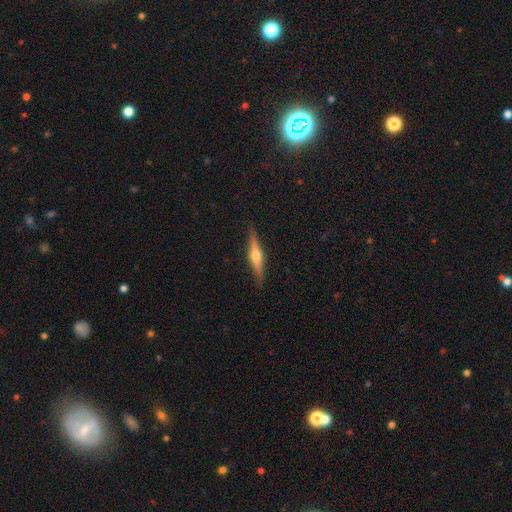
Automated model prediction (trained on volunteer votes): smooth-or-featured: featured or disk: 69% | smooth: 25% | star or artifact: 6%
  disk-edge-on: yes: 97% | no: 3%
    edge-on-bulge: rounded: 91% | boxy: 5% | none: 4%
  merging: none: 89% | minor disturbance: 8% | major disturbance: 2% | merger: 1%